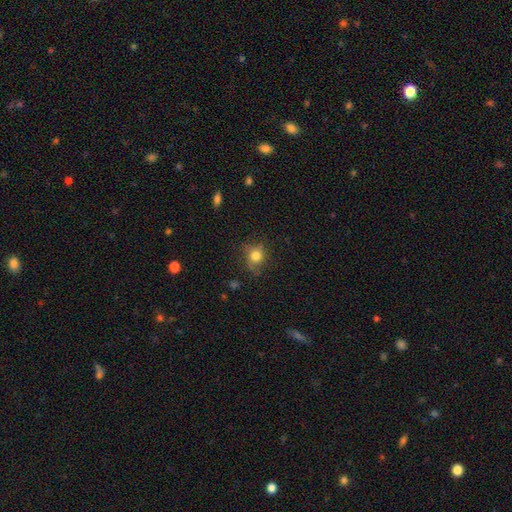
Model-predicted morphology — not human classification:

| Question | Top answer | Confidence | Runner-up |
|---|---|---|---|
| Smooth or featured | smooth | 76% | star or artifact (12%) |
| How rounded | round | 75% | in between (24%) |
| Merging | none | 65% | minor disturbance (24%) |